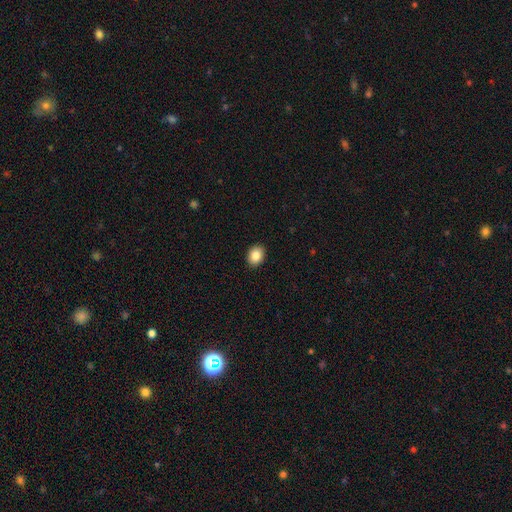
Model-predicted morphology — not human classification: type=smooth (86%); roundness=in between (55%); merging=none (91%).